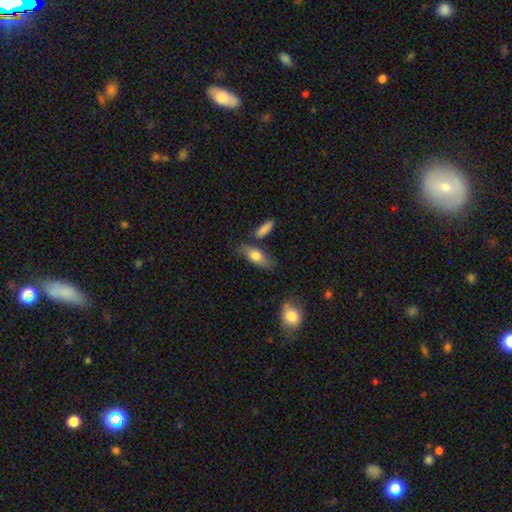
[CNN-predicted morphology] Smooth or featured?
  - smooth: 71% *
  - featured or disk: 22%
  - star or artifact: 7%
How rounded?
  - in between: 75% *
  - cigar-shaped: 21%
  - round: 4%
Merging?
  - none: 68% *
  - minor disturbance: 18%
  - merger: 9%
  - major disturbance: 5%